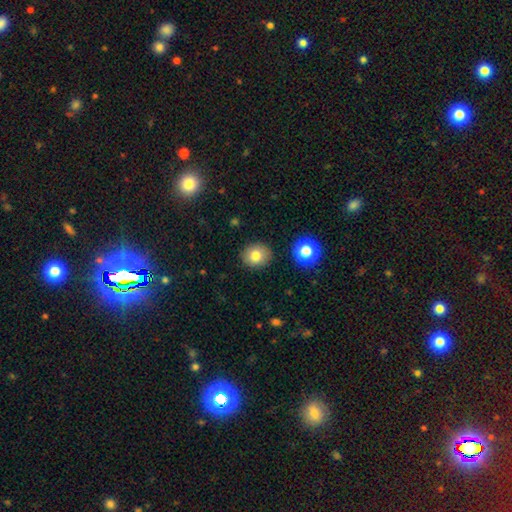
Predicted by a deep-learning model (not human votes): The model was most divided on "how rounded": round: 79%, in between: 20%, cigar-shaped: 1%. More confident: merging — none (89%); smooth or featured — smooth (80%).